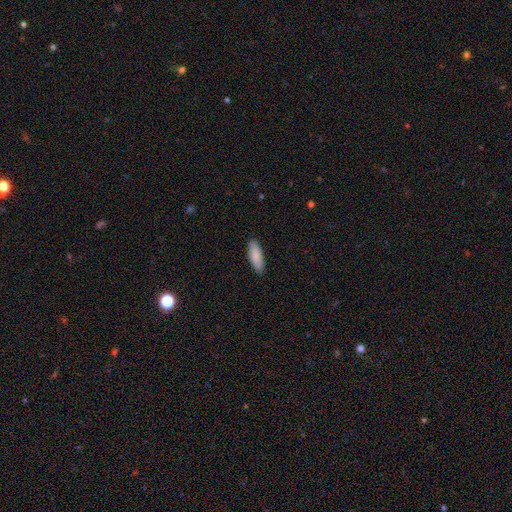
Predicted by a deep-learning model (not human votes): A smooth galaxy with no disk features (89%) that is in between round and cigar-shaped (60%).

Vote fractions:
- Smooth or featured? smooth: 89% / featured or disk: 6% / star or artifact: 5%
- How rounded? in between: 60% / cigar-shaped: 39% / round: 1%
- Merging? none: 88% / minor disturbance: 9% / major disturbance: 2% / merger: 1%